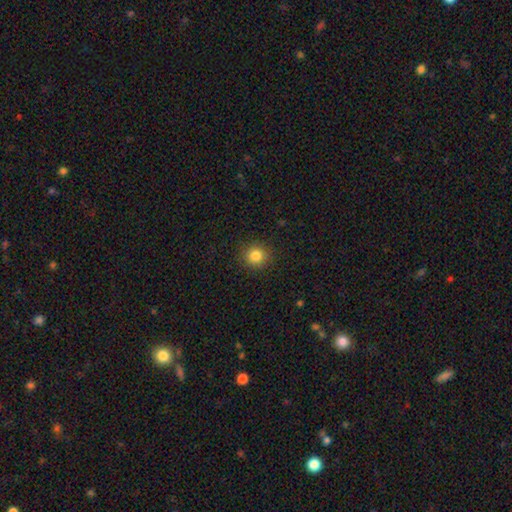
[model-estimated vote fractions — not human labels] This appears to be a smooth galaxy with no disk features (84%) that is round (91%). Merging: none (91%).